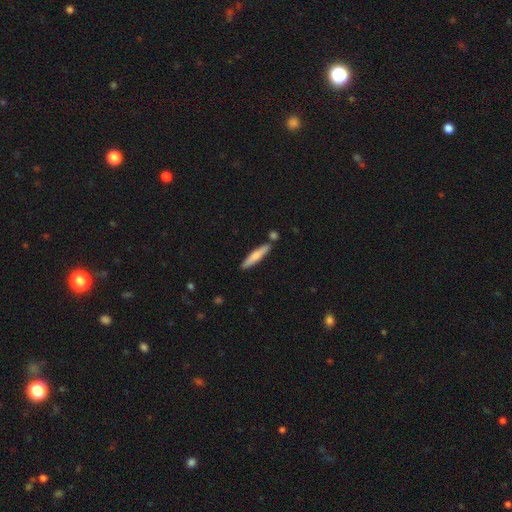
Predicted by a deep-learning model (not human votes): The model was most divided on "smooth or featured": smooth: 69%, featured or disk: 26%, star or artifact: 5%. More confident: how rounded — cigar-shaped (90%); merging — none (82%).